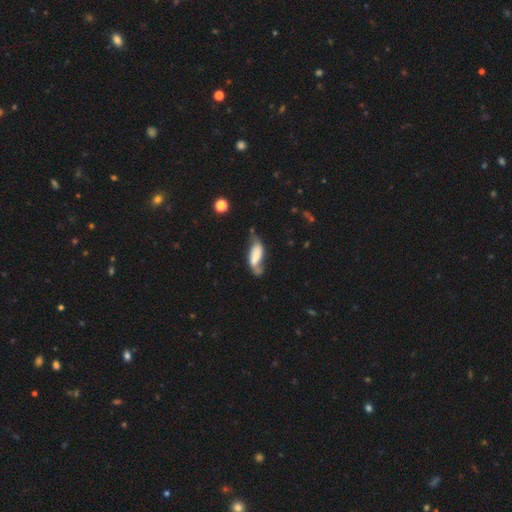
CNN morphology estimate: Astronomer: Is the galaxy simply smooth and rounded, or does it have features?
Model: smooth — 47% (runner-up: featured or disk, 45%).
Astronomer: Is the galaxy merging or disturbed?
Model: none — 35% (runner-up: minor disturbance, 30%).